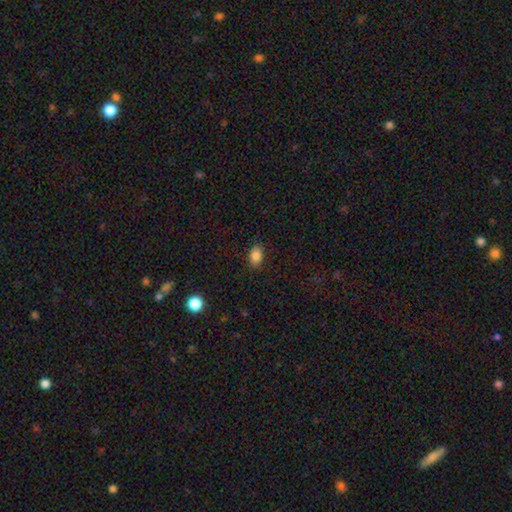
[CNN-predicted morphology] Smooth or featured: smooth — 85% (star or artifact — 10%)
How rounded: in between — 82% (round — 17%)
Merging: none — 87% (minor disturbance — 10%)